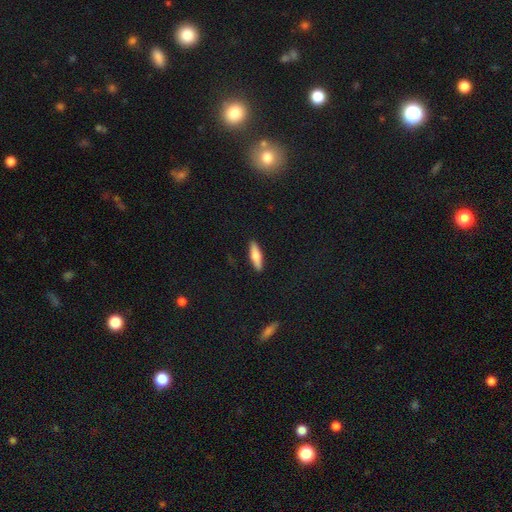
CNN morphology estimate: The model was most divided on "how rounded": cigar-shaped: 65%, in between: 34%, round: 2%. More confident: merging — none (90%); smooth or featured — smooth (70%).